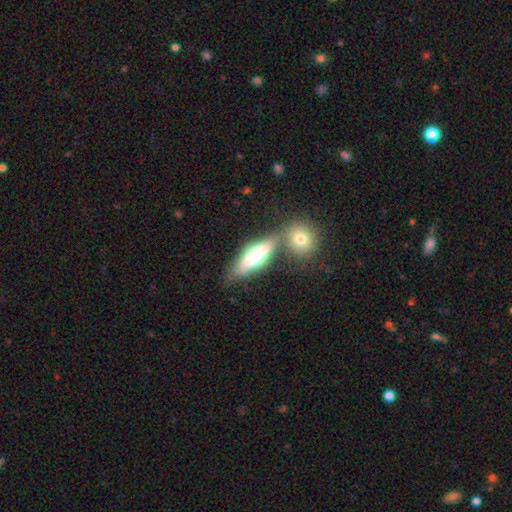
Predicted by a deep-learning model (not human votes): This is likely a smooth galaxy (62%). How rounded: possibly in between (56%). Merging: possibly none (49%).